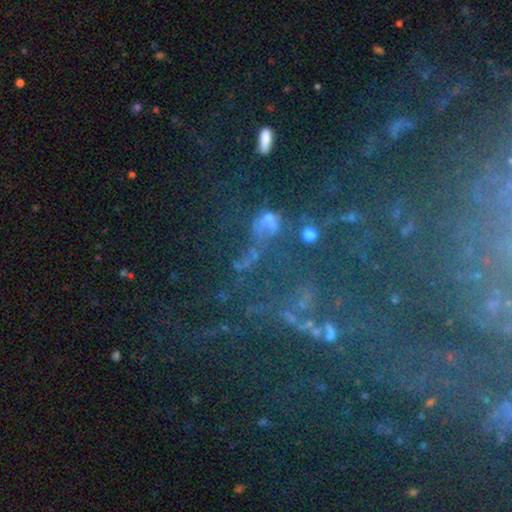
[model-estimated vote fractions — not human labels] Smooth or featured? Predicted: star or artifact (p=0.59).